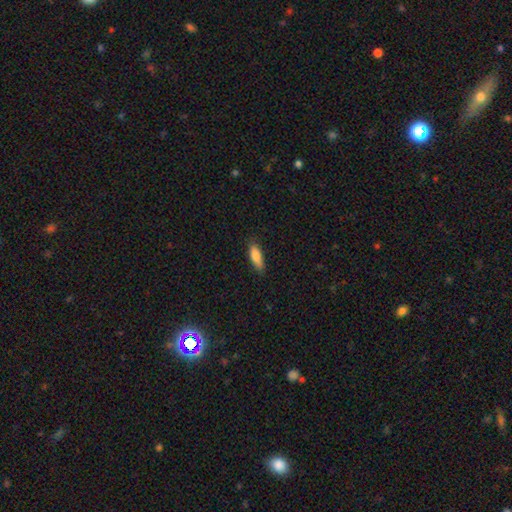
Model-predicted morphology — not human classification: Q: Smooth or featured?
A: smooth (82%); runner-up: featured or disk (11%)
Q: How rounded?
A: in between (57%); runner-up: cigar-shaped (41%)
Q: Merging?
A: none (79%); runner-up: minor disturbance (17%)